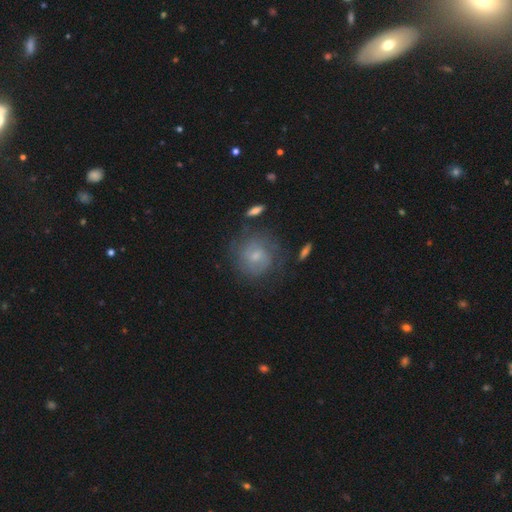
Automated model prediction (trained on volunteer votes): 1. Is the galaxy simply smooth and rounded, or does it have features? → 45% featured or disk, 44% smooth, 10% star or artifact.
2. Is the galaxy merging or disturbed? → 69% none, 19% minor disturbance, 10% major disturbance, 3% merger.